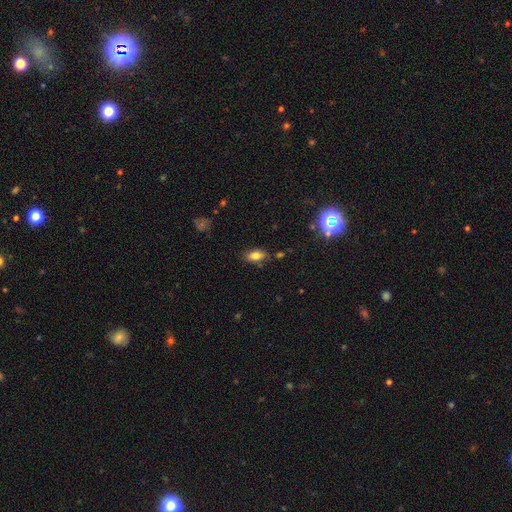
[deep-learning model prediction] The model was most divided on "merging": none: 79%, minor disturbance: 14%, merger: 4%, major disturbance: 3%. More confident: how rounded — in between (88%); smooth or featured — smooth (79%).